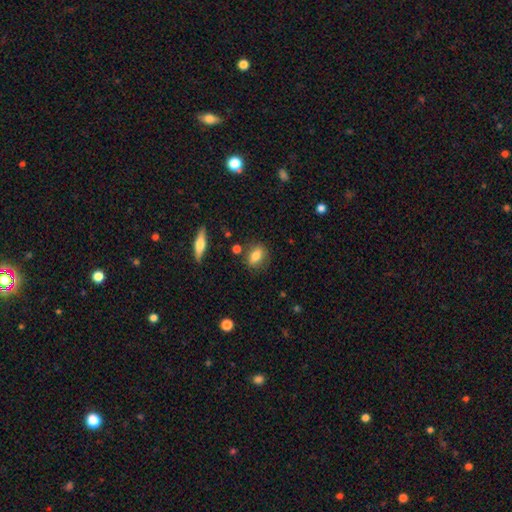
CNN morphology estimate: type=smooth (78%); roundness=in between (74%); merging=none (80%).